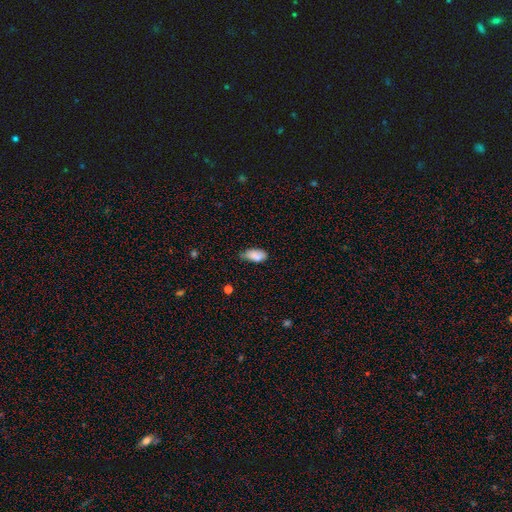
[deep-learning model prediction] Smooth or featured?
  - smooth: 85% *
  - featured or disk: 8%
  - star or artifact: 7%
How rounded?
  - in between: 92% *
  - cigar-shaped: 5%
  - round: 3%
Merging?
  - none: 53% *
  - minor disturbance: 39%
  - major disturbance: 6%
  - merger: 2%